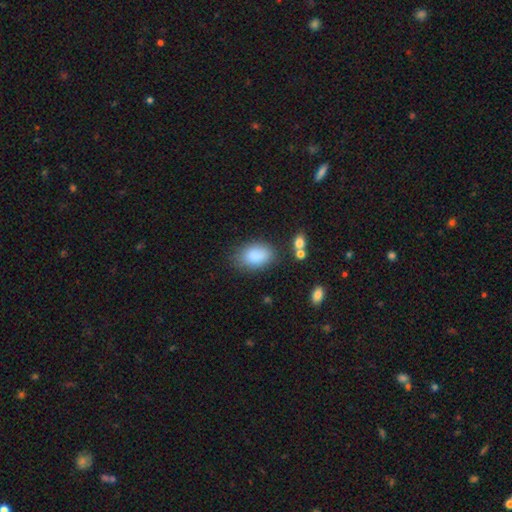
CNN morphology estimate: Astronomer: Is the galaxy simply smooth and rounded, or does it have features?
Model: smooth — 86%.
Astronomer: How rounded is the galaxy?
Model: in between — 85%.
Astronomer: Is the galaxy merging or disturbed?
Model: none — 72%.